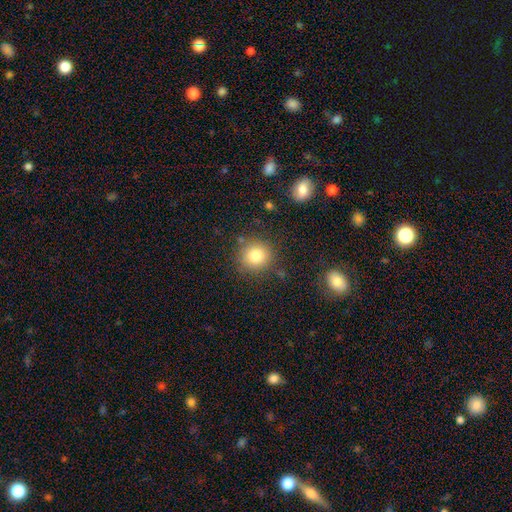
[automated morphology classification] smooth-or-featured: smooth: 81% | star or artifact: 11% | featured or disk: 8%
  how-rounded: round: 91% | in between: 8% | cigar-shaped: 1%
  merging: none: 83% | minor disturbance: 10% | merger: 4% | major disturbance: 3%